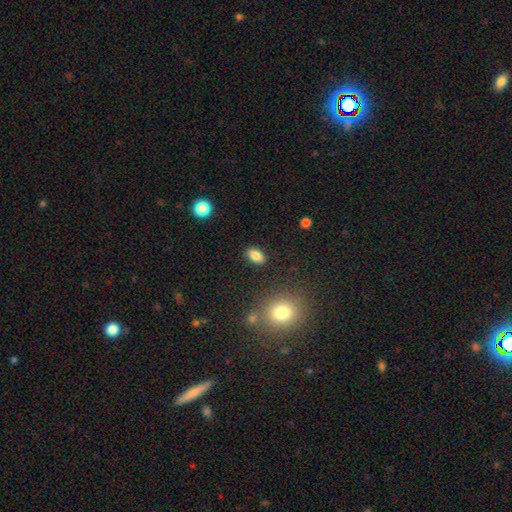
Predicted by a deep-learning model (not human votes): Smooth or featured? Predicted: smooth (p=0.85). How rounded? Predicted: in between (p=0.89). Merging? Predicted: none (p=0.87).